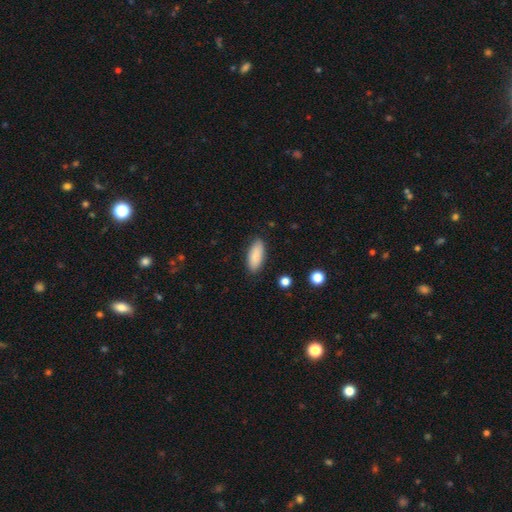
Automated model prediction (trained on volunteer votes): Overall: smooth (85%). How rounded: in between (81%). Merging: none (85%).